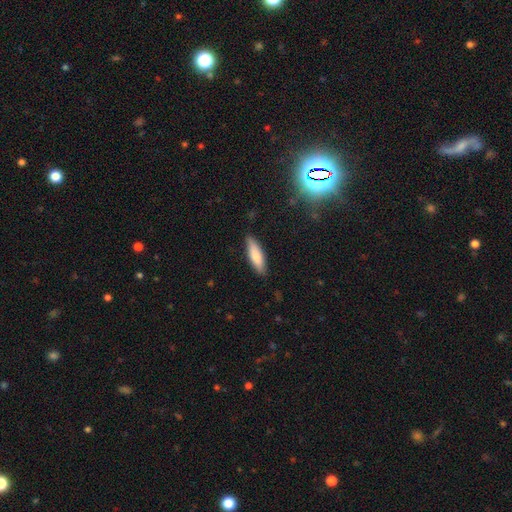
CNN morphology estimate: A smooth galaxy with no disk features (80%) that is cigar-shaped (56%). Merging: none (85%).